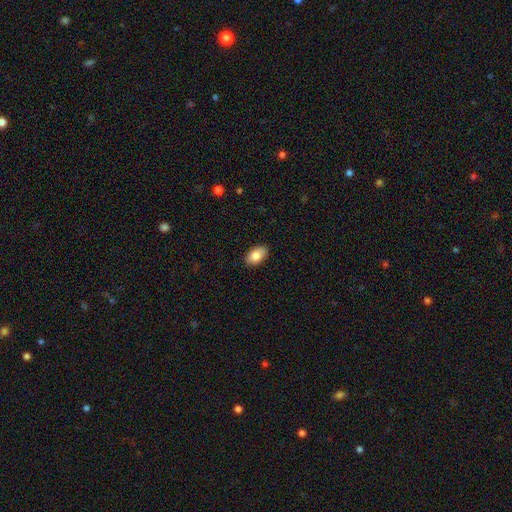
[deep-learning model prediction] Smooth or featured? smooth (83%)
How rounded? in between (93%)
Merging? none (89%)